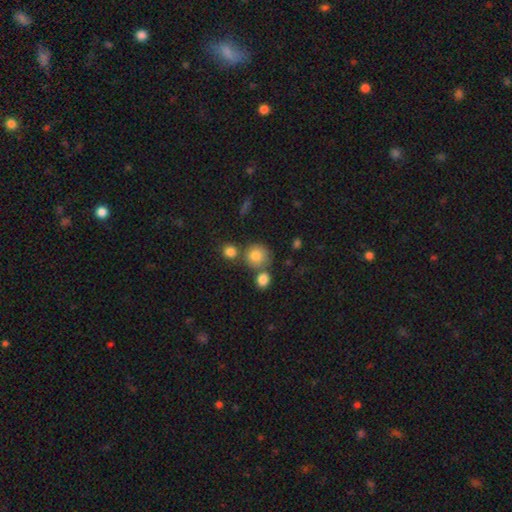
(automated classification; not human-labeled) smooth-or-featured: smooth: 80% | star or artifact: 11% | featured or disk: 8%
  how-rounded: round: 87% | in between: 12% | cigar-shaped: 1%
  merging: none: 64% | merger: 21% | minor disturbance: 11% | major disturbance: 4%